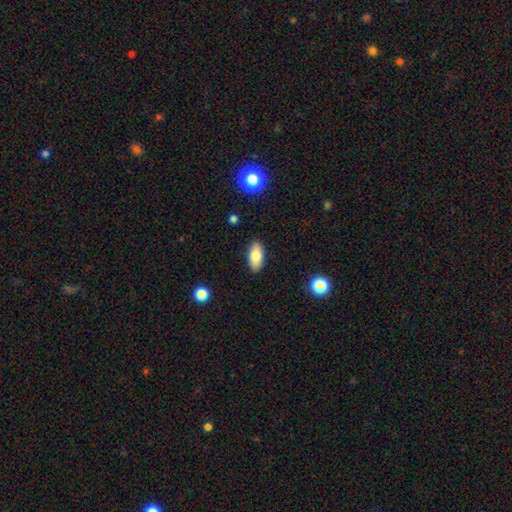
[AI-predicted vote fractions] A smooth galaxy with no disk features (80%) that is in between round and cigar-shaped (90%). Merging: none (88%).